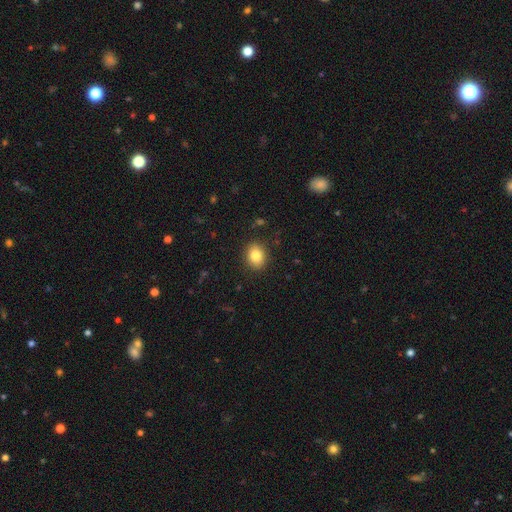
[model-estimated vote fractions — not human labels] A smooth galaxy with no disk features (84%) that is round (50%).

Vote fractions:
- Smooth or featured? smooth: 84% / star or artifact: 9% / featured or disk: 7%
- How rounded? round: 50% / in between: 49% / cigar-shaped: 1%
- Merging? none: 89% / minor disturbance: 8% / major disturbance: 2% / merger: 1%